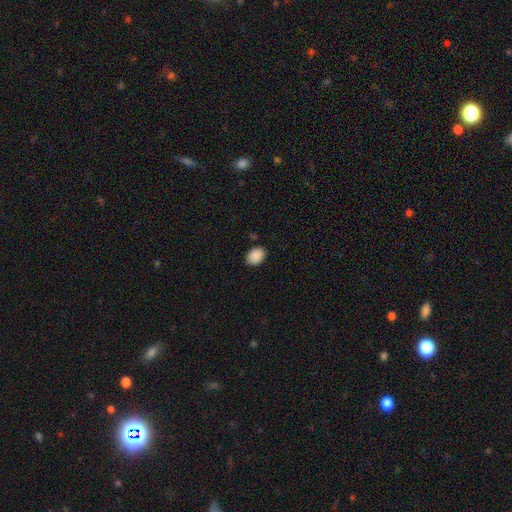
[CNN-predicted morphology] Smooth or featured? Predicted: smooth (p=0.90). How rounded? Predicted: in between (p=0.71). Merging? Predicted: none (p=0.87).